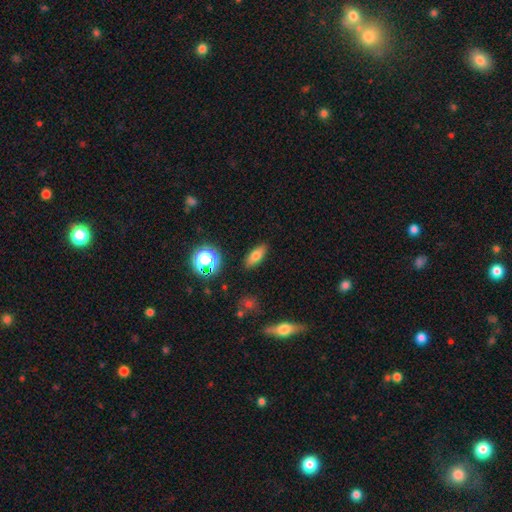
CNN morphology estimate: The model was most divided on "how rounded": in between: 75%, cigar-shaped: 19%, round: 7%. More confident: merging — none (87%); smooth or featured — smooth (73%).